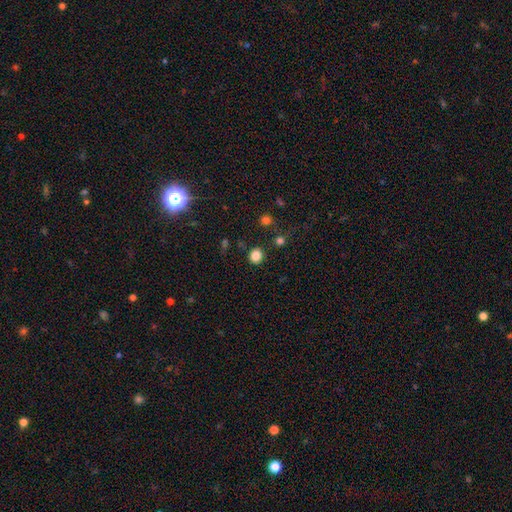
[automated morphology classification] The model was most divided on "how rounded": round: 83%, in between: 16%, cigar-shaped: 1%. More confident: merging — none (86%); smooth or featured — smooth (84%).